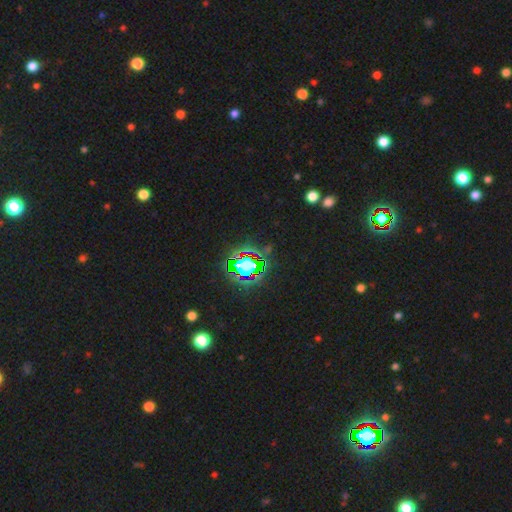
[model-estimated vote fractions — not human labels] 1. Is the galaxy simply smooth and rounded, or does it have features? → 83% star or artifact, 9% smooth, 7% featured or disk.